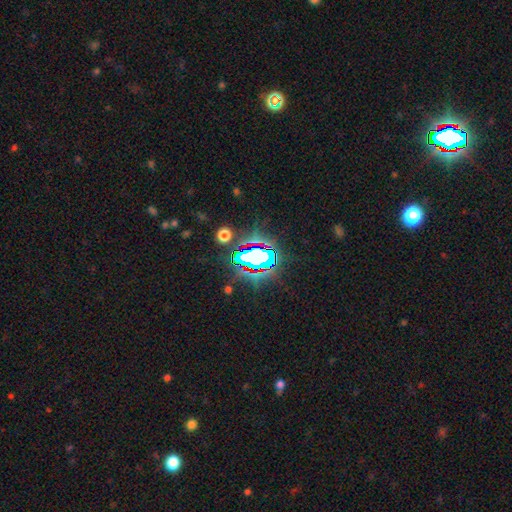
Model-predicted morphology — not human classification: Smooth or featured: star or artifact — 68% (smooth — 18%)